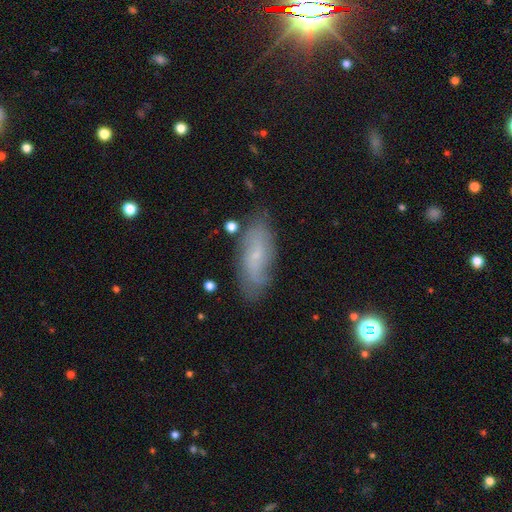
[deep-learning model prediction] smooth_or_featured: featured or disk (p=0.49) [alt: smooth p=0.42]
merging: none (p=0.76) [alt: minor disturbance p=0.17]